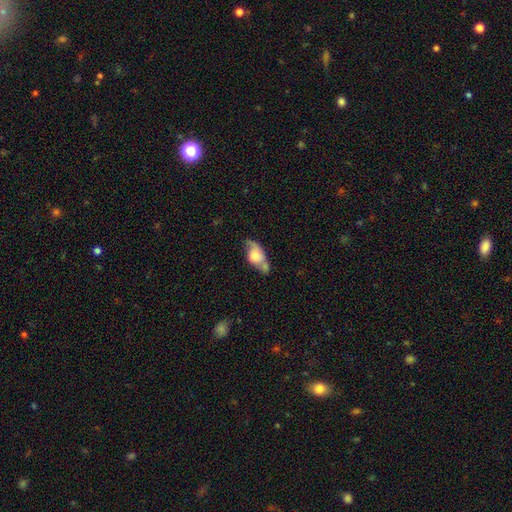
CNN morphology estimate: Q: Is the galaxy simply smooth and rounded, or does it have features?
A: smooth — 57%.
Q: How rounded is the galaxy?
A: in between — 83%.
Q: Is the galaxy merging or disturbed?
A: none — 34%.